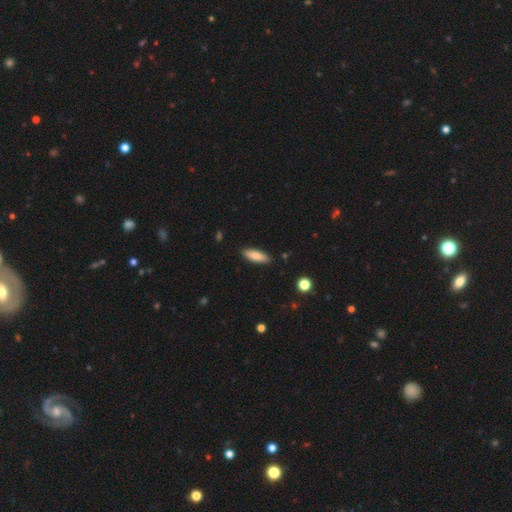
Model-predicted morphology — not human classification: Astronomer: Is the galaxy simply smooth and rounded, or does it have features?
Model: smooth — 81%.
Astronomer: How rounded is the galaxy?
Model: in between — 56% (runner-up: cigar-shaped, 42%).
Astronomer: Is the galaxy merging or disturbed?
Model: none — 88%.